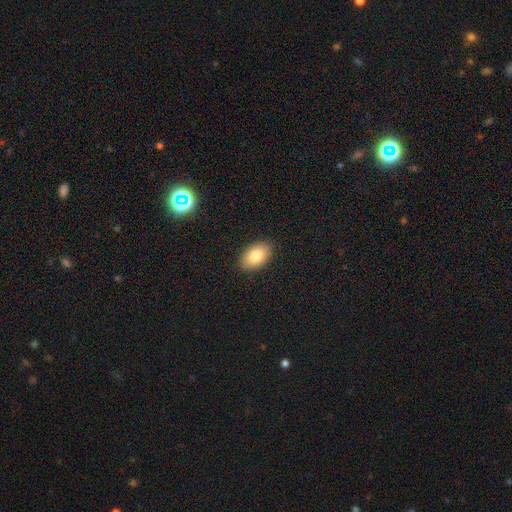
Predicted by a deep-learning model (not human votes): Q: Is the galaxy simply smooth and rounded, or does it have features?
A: smooth — 82%.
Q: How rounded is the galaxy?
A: in between — 92%.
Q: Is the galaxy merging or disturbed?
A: none — 89%.